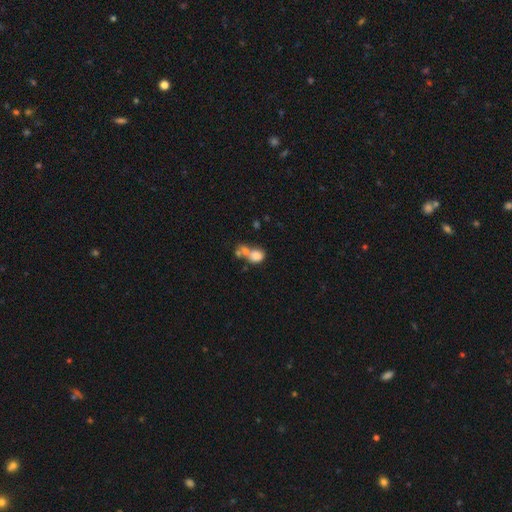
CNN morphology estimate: smooth-or-featured: smooth: 75% | featured or disk: 14% | star or artifact: 11%
  how-rounded: round: 53% | in between: 46% | cigar-shaped: 2%
  merging: merger: 56% | none: 27% | minor disturbance: 9% | major disturbance: 8%